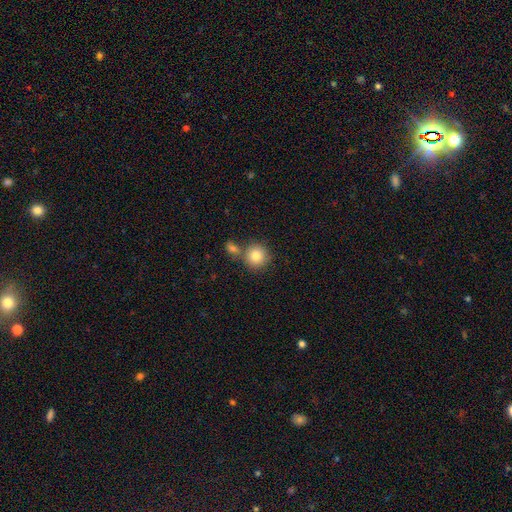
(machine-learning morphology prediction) smooth 81%, star or artifact 10%, featured or disk 9%. Down the decision tree: how rounded — round (92%); merging — none (65%).